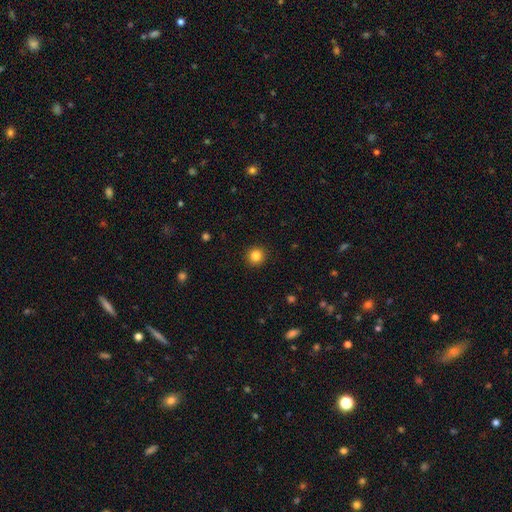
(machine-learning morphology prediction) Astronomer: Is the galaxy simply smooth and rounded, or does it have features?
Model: smooth — 84%.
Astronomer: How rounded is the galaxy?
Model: round — 94%.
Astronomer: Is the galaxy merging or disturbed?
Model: none — 93%.